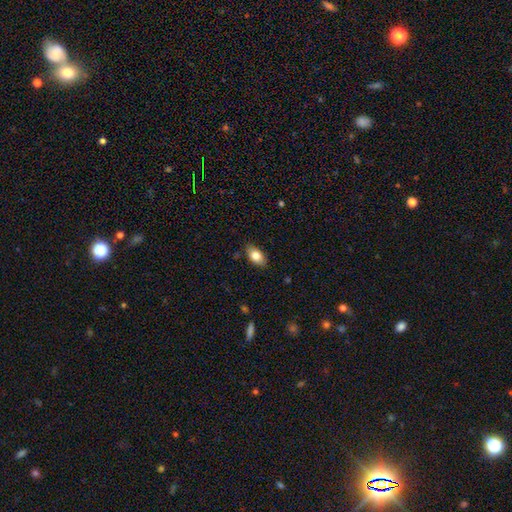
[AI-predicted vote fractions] This appears to be a smooth galaxy with no disk features (81%) that is in between round and cigar-shaped (90%). Merging: none (84%).